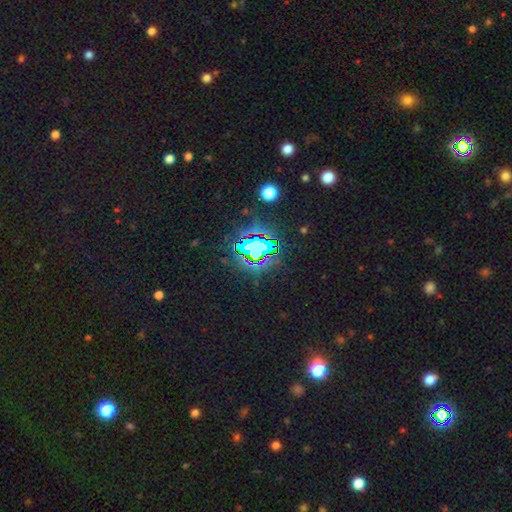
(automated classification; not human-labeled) Morphology: type=star or artifact (83%).